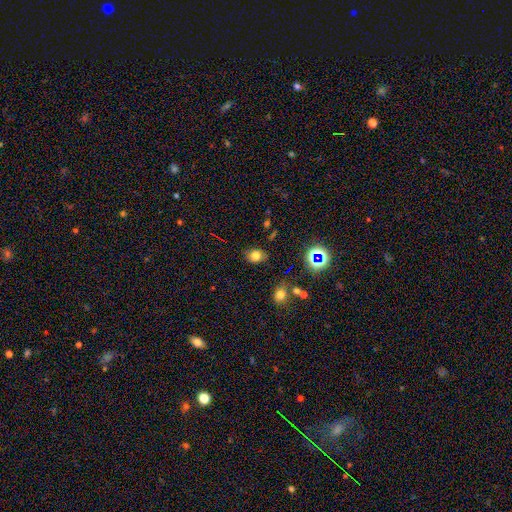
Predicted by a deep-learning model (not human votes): This is likely a smooth galaxy (74%). How rounded: possibly in between (52%). Merging: likely none (79%).